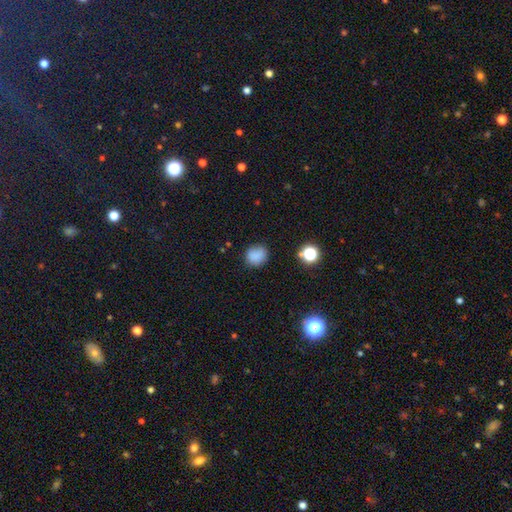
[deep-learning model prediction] The model was most divided on "how rounded": round: 75%, in between: 24%, cigar-shaped: 1%. More confident: smooth or featured — smooth (82%); merging — none (78%).